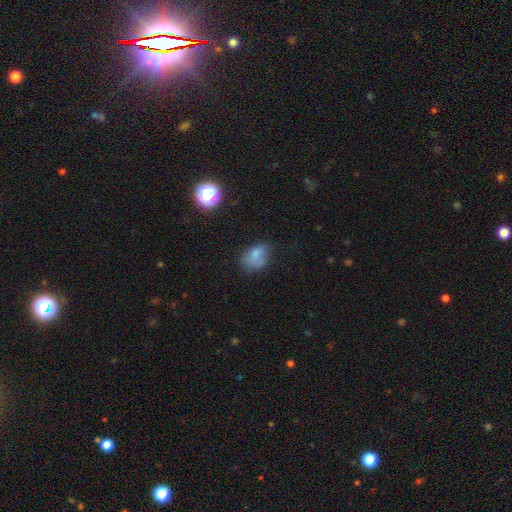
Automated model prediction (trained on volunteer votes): smooth_or_featured: smooth (p=0.74) [alt: star or artifact p=0.13]
how_rounded: in between (p=0.74) [alt: round p=0.25]
merging: none (p=0.46) [alt: minor disturbance p=0.33]